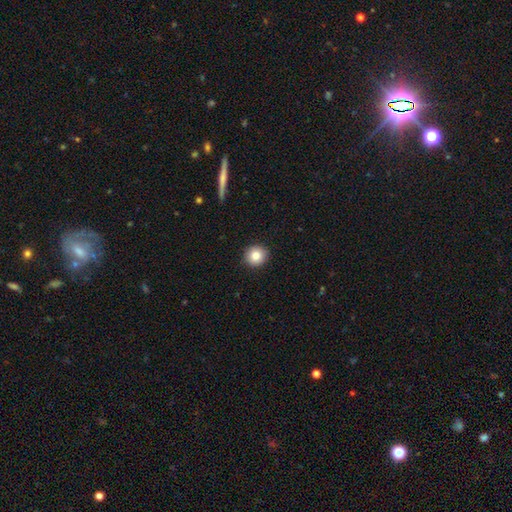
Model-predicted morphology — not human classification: smooth 83%, star or artifact 9%, featured or disk 7%. Down the decision tree: how rounded — round (90%); merging — none (91%).